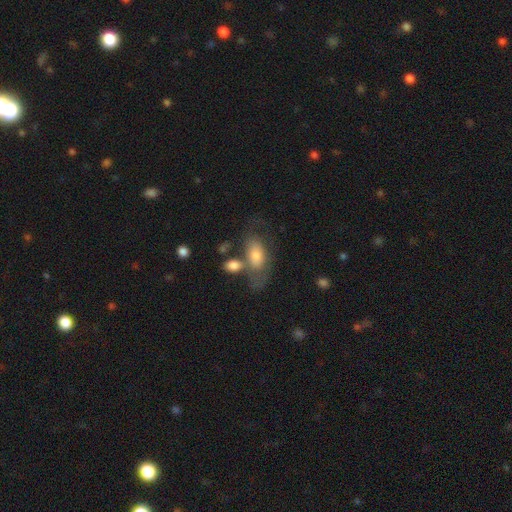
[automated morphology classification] A smooth galaxy with no disk features (64%) that is in between round and cigar-shaped (89%).

Vote fractions:
- Smooth or featured? smooth: 64% / featured or disk: 29% / star or artifact: 7%
- How rounded? in between: 89% / cigar-shaped: 6% / round: 5%
- Merging? none: 36% / merger: 26% / minor disturbance: 19% / major disturbance: 19%